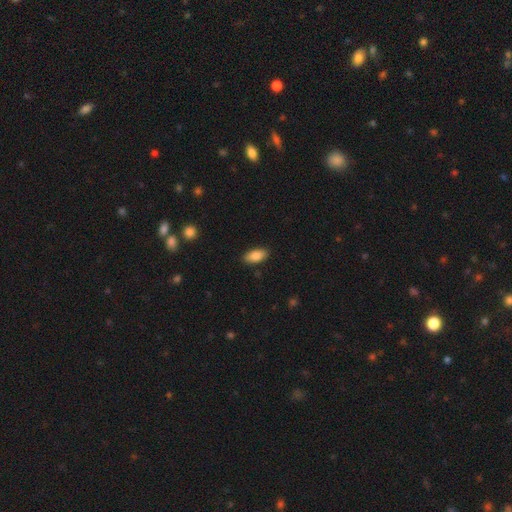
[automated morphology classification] Overall: smooth (85%). How rounded: in between (90%). Merging: none (88%).